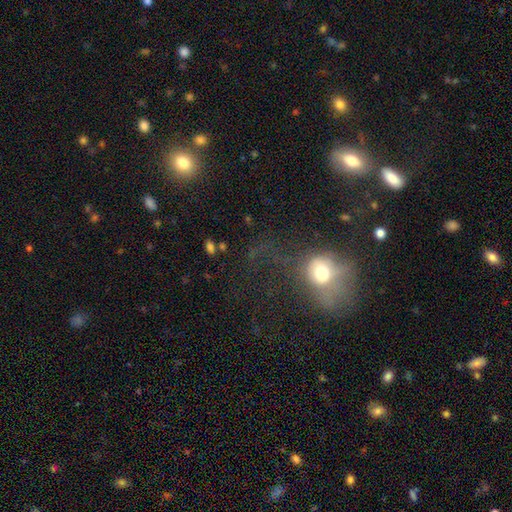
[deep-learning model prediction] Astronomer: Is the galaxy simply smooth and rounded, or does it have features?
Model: smooth — 52%.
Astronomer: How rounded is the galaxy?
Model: round — 63%.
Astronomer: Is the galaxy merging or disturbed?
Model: major disturbance — 47% (runner-up: none, 29%).